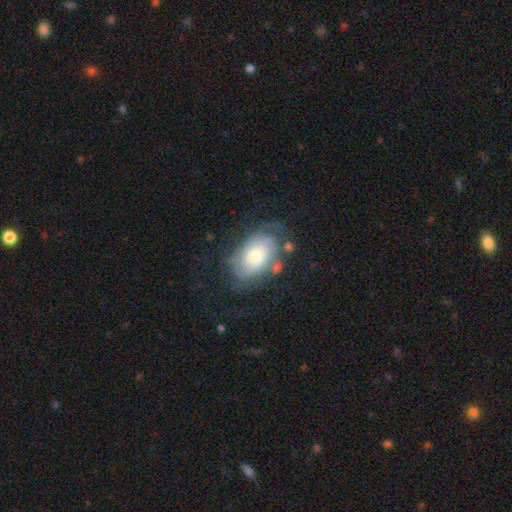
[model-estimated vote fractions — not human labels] smooth_or_featured: featured or disk (p=0.68) [alt: smooth p=0.25]
disk_edge_on: no (p=0.96) [alt: yes p=0.04]
bar: no (p=0.74) [alt: weak p=0.21]
has_spiral_arms: yes (p=0.87) [alt: no p=0.13]
spiral_winding: tight (p=0.53) [alt: medium p=0.32]
spiral_arm_count: can't tell (p=0.43) [alt: 2 p=0.30]
bulge_size: moderate (p=0.48) [alt: small p=0.31]
merging: none (p=0.55) [alt: minor disturbance p=0.22]